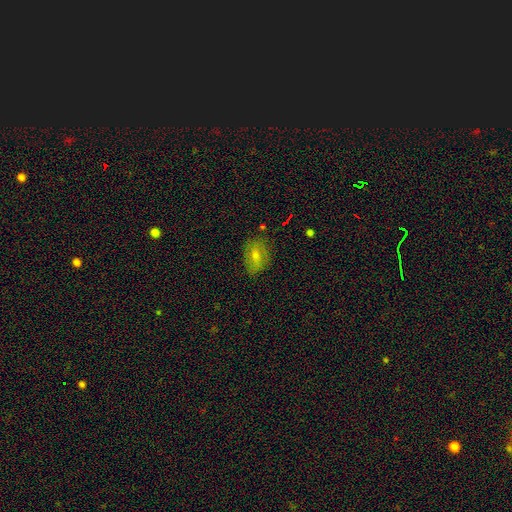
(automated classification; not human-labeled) Morphology: type=smooth (53%); roundness=in between (75%); merging=none (76%).